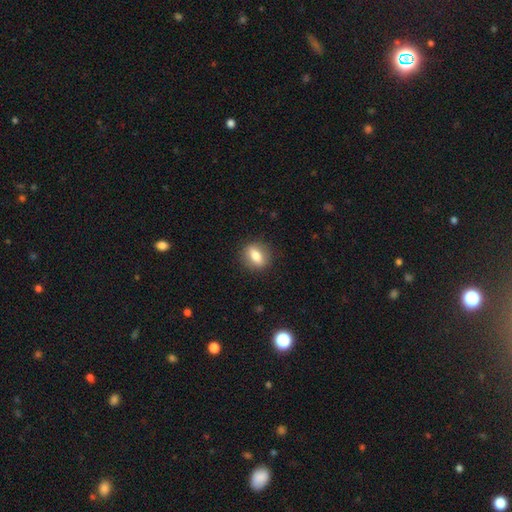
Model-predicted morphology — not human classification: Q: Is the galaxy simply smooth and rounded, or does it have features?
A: smooth — 74%.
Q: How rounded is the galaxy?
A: in between — 57%.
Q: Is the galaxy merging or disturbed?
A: none — 88%.